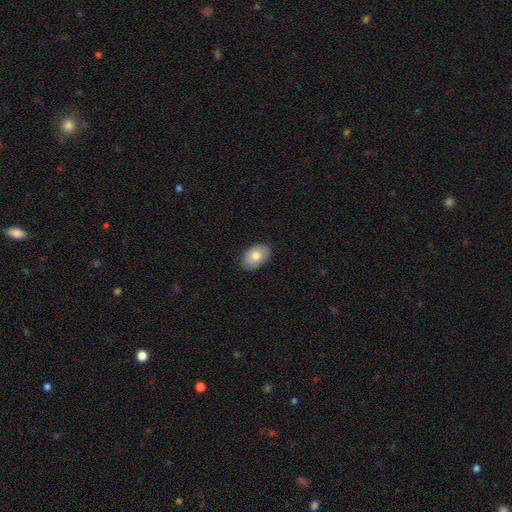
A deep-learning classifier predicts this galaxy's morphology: Overall: smooth (78%). How rounded: in between (88%). Merging: none (86%).